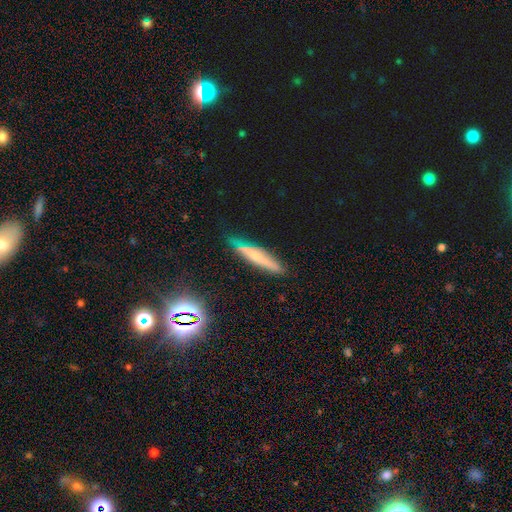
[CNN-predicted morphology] smooth_or_featured: featured or disk (p=0.45) [alt: smooth p=0.41]
merging: none (p=0.77) [alt: minor disturbance p=0.17]